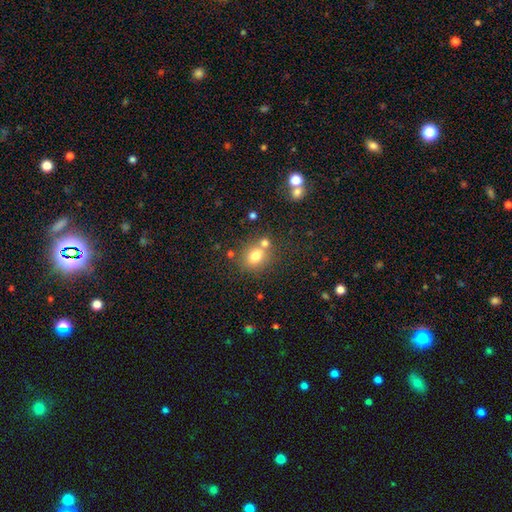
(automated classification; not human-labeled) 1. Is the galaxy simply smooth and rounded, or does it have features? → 75% smooth, 13% star or artifact, 12% featured or disk.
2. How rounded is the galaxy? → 58% round, 41% in between, 1% cigar-shaped.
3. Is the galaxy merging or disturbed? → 58% none, 27% merger, 11% minor disturbance, 4% major disturbance.